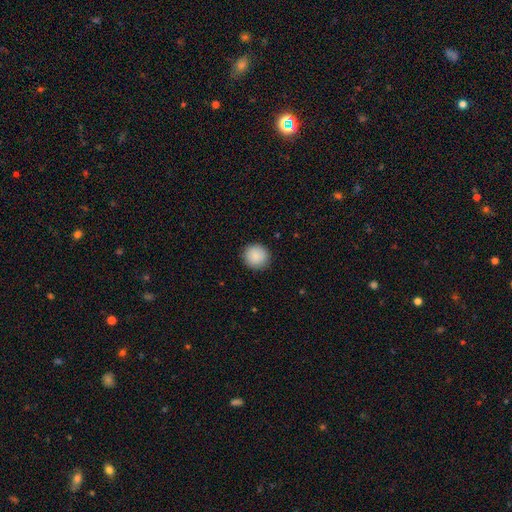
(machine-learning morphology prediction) Smooth or featured: smooth — 89% (star or artifact — 7%)
How rounded: round — 92% (in between — 7%)
Merging: none — 91% (minor disturbance — 6%)